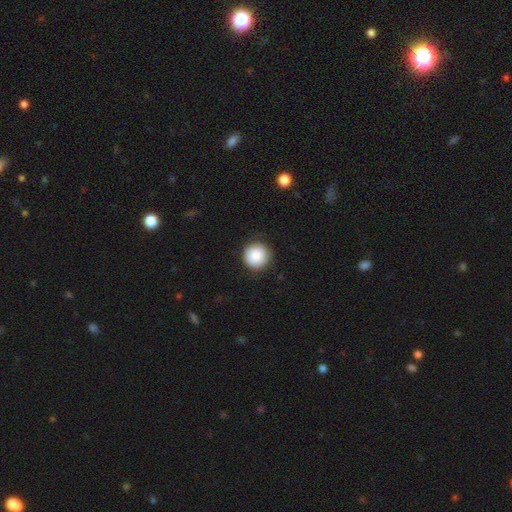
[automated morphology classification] Smooth or featured?
  - smooth: 88% *
  - star or artifact: 8%
  - featured or disk: 4%
How rounded?
  - round: 95% *
  - in between: 4%
  - cigar-shaped: 1%
Merging?
  - none: 89% *
  - minor disturbance: 7%
  - major disturbance: 2%
  - merger: 1%